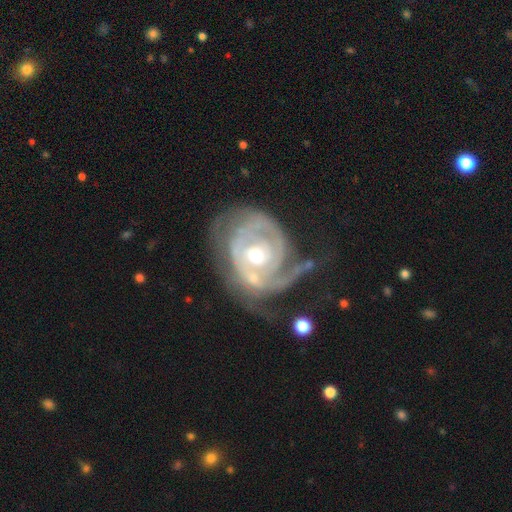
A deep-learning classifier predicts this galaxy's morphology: Overall: featured or disk (88%). Edge-on disk: no (97%). Bar: no (72%). Spiral arms: yes (93%). Spiral arm count: 2 (34%; can't tell 25%). Spiral winding: tight (68%). Bulge size: moderate (71%). Merging: none (43%; major disturbance 24%).